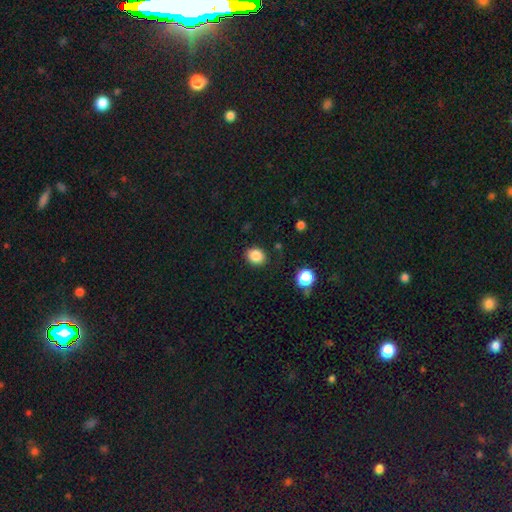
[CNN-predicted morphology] Smooth or featured: smooth — 85% (star or artifact — 11%)
How rounded: round — 56% (in between — 43%)
Merging: none — 85% (minor disturbance — 10%)